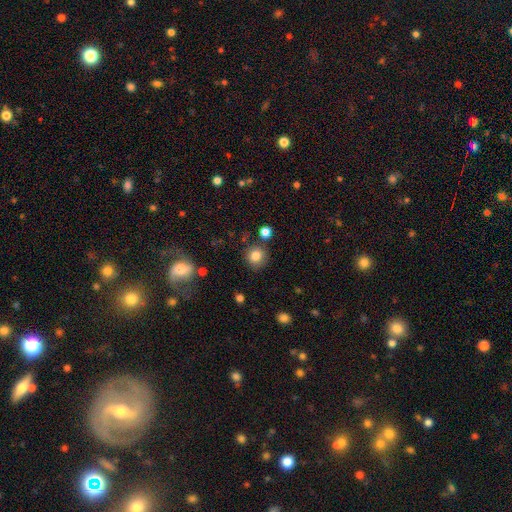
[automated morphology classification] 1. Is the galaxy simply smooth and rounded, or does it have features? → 83% smooth, 11% star or artifact, 6% featured or disk.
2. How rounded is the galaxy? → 89% round, 10% in between, 1% cigar-shaped.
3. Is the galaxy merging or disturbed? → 83% none, 10% minor disturbance, 4% merger, 3% major disturbance.